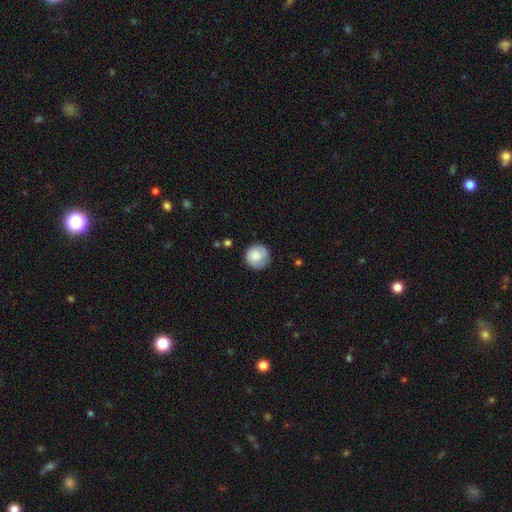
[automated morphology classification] smooth_or_featured: smooth (p=0.76) [alt: featured or disk p=0.17]
how_rounded: round (p=0.93) [alt: in between p=0.06]
merging: none (p=0.79) [alt: minor disturbance p=0.15]